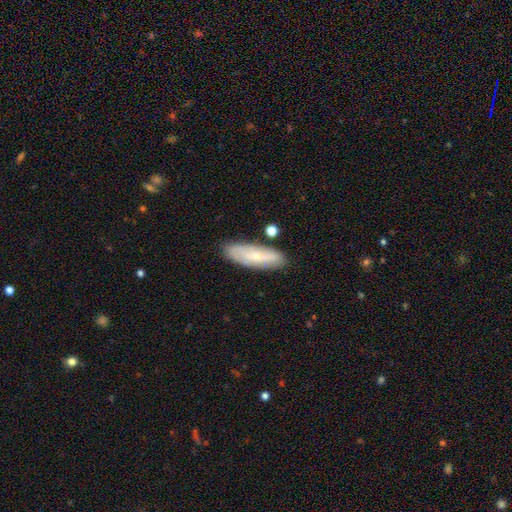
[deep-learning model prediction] Smooth or featured? smooth (55%)
How rounded? in between (50%)
Merging? none (81%)